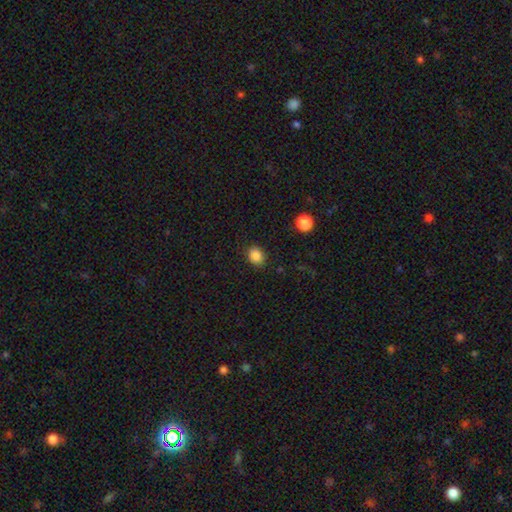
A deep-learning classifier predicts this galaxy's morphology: Q: Smooth or featured?
A: smooth (86%); runner-up: star or artifact (10%)
Q: How rounded?
A: round (50%); runner-up: in between (49%)
Q: Merging?
A: none (86%); runner-up: minor disturbance (10%)